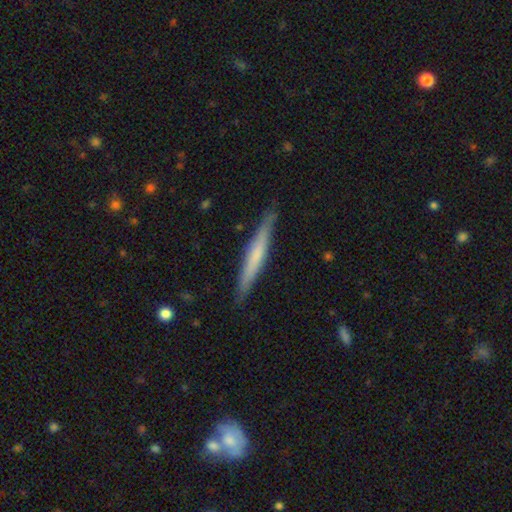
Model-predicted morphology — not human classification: Smooth or featured?
  - smooth: 51% *
  - featured or disk: 43%
  - star or artifact: 5%
How rounded?
  - cigar-shaped: 96% *
  - in between: 3%
  - round: 1%
Merging?
  - none: 89% *
  - minor disturbance: 9%
  - major disturbance: 2%
  - merger: 1%